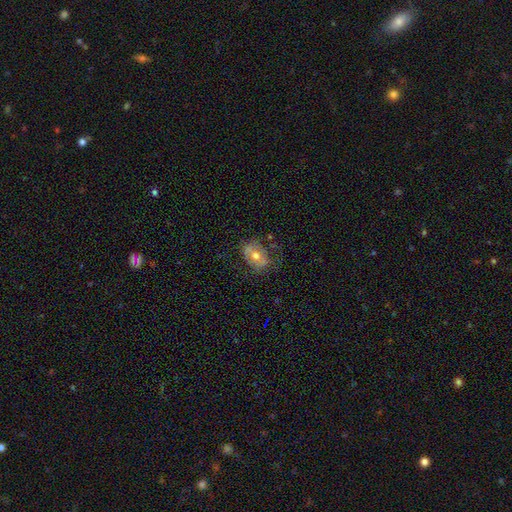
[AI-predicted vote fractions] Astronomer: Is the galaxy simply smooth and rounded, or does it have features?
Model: smooth — 50% (runner-up: featured or disk, 41%).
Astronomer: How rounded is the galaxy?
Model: in between — 71%.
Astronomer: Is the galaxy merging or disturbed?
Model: none — 62%.